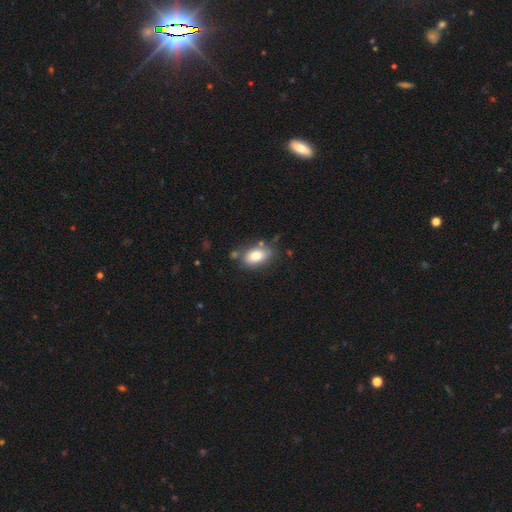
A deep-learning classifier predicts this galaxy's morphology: This appears to be a smooth galaxy with no disk features (81%) that is in between round and cigar-shaped (89%). Merging: none (71%).